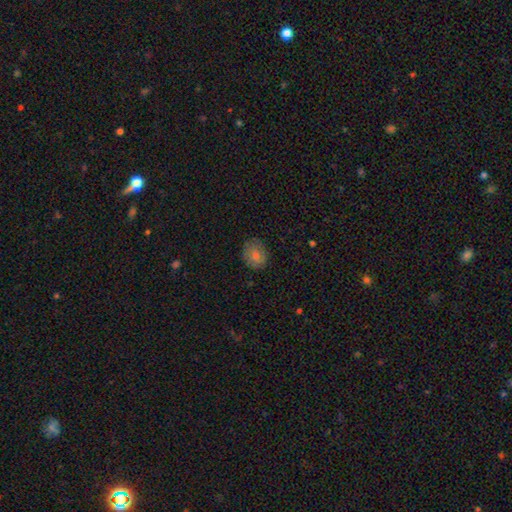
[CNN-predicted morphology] This appears to be a smooth galaxy with no disk features (71%) that is round (71%). Merging: none (81%).